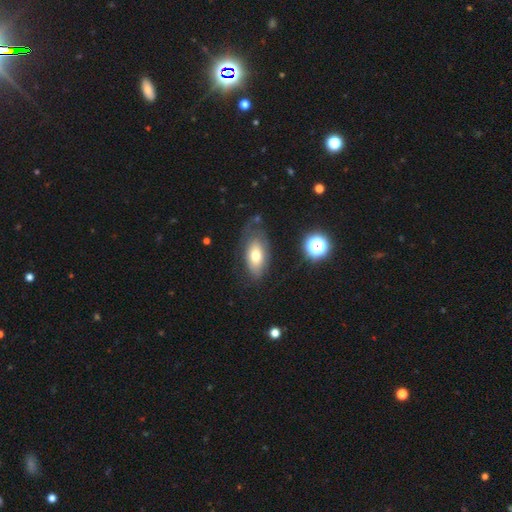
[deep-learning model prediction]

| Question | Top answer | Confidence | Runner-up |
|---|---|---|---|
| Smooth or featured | smooth | 63% | featured or disk (28%) |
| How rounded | in between | 89% | cigar-shaped (6%) |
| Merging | none | 57% | minor disturbance (26%) |